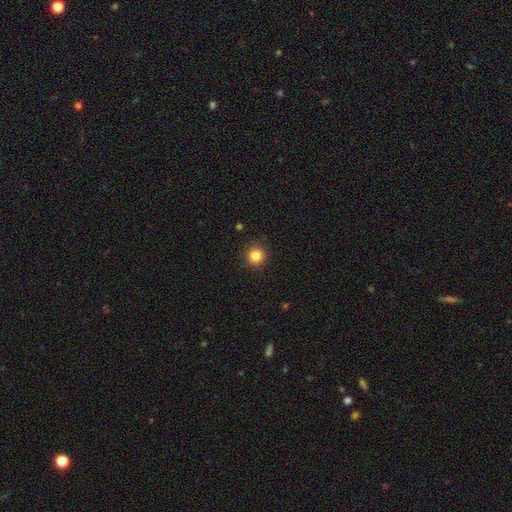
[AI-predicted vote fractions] Smooth or featured: smooth — 83% (star or artifact — 12%)
How rounded: round — 94% (in between — 5%)
Merging: none — 92% (minor disturbance — 6%)